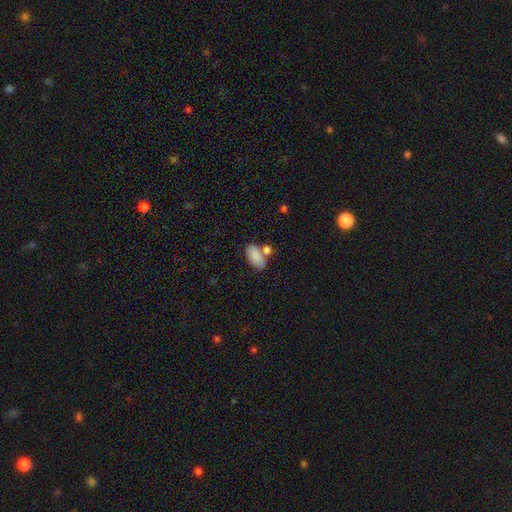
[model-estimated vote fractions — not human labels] smooth 87%, star or artifact 7%, featured or disk 6%. Down the decision tree: how rounded — in between (93%); merging — none (59%).